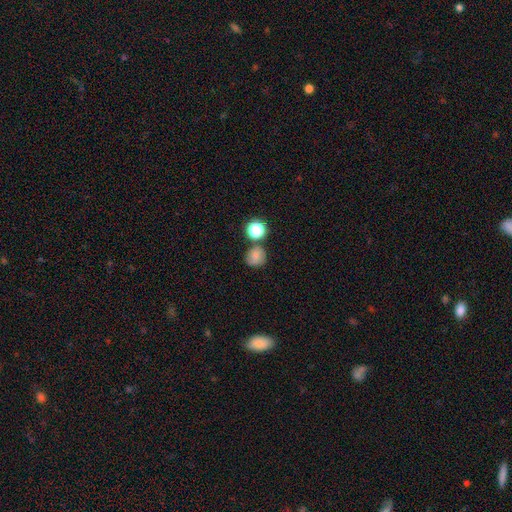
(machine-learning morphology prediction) A smooth galaxy with no disk features (75%) that is round (83%).

Vote fractions:
- Smooth or featured? smooth: 75% / star or artifact: 14% / featured or disk: 10%
- How rounded? round: 83% / in between: 16% / cigar-shaped: 1%
- Merging? none: 68% / minor disturbance: 15% / merger: 13% / major disturbance: 5%